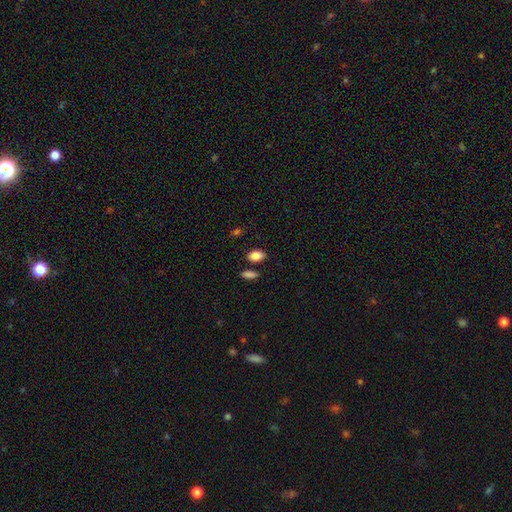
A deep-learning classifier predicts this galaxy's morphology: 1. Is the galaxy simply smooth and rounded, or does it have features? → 87% smooth, 8% star or artifact, 5% featured or disk.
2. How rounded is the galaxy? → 87% in between, 11% round, 2% cigar-shaped.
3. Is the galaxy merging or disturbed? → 81% none, 11% minor disturbance, 6% merger, 3% major disturbance.